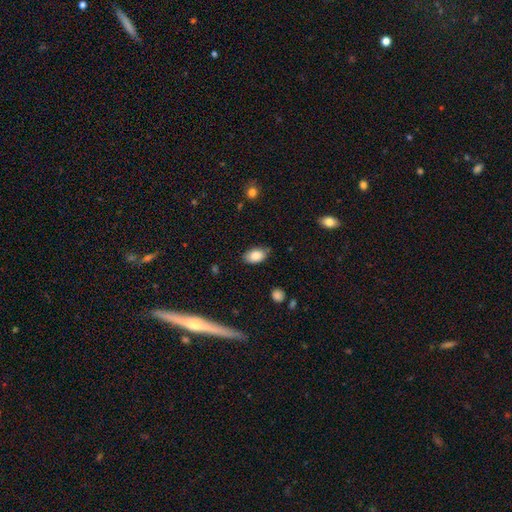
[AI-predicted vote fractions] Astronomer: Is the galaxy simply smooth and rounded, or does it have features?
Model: smooth — 85%.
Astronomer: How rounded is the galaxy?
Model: in between — 91%.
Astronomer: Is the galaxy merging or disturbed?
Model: none — 77%.